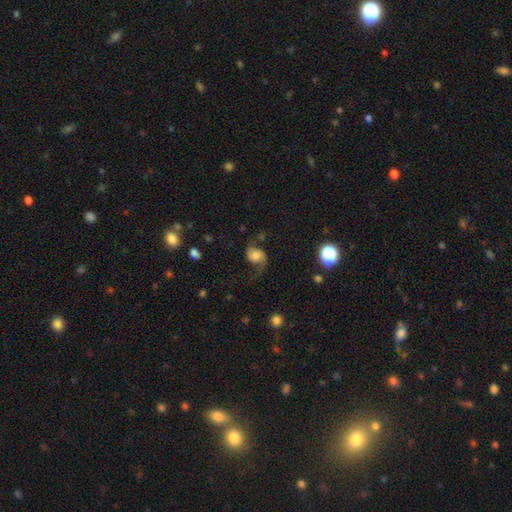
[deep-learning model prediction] This is likely a featured or disk galaxy (67%). It is clearly not viewed edge-on (97%). Bar: likely no (64%). Spiral arm pattern: clearly yes (94%). Spiral arm count: clearly 2 (81%). Spiral winding: likely loose (66%). Central bulge: marginally moderate (43%). Merging: possibly none (58%).